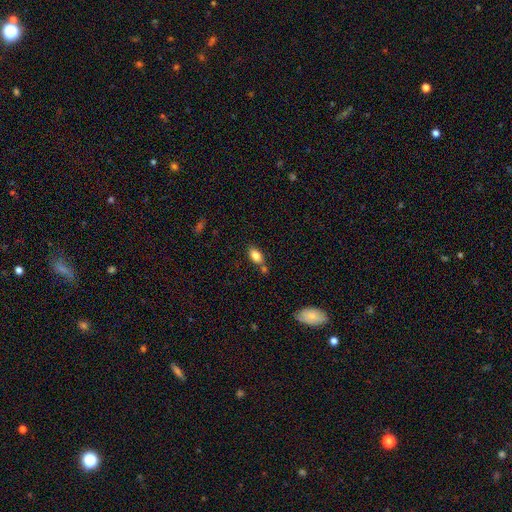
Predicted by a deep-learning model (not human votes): This appears to be a smooth galaxy with no disk features (82%) that is in between round and cigar-shaped (89%). Merging: none (63%).